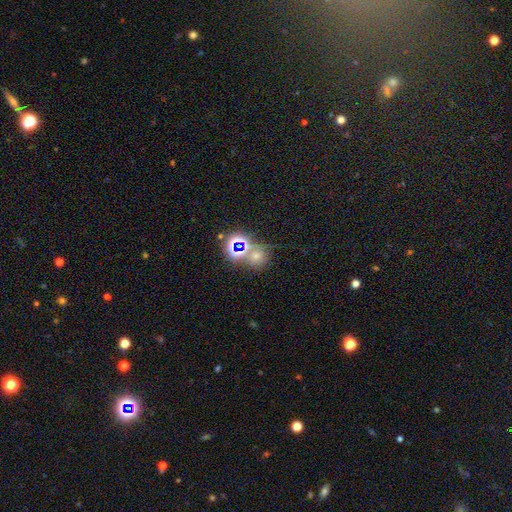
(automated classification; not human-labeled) The model was most divided on "smooth or featured": star or artifact: 57%, smooth: 32%, featured or disk: 11%.